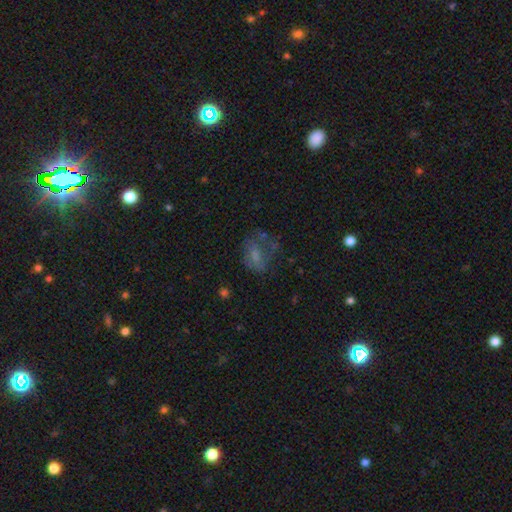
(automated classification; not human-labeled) Q: Smooth or featured?
A: smooth (49%); runner-up: featured or disk (37%)
Q: Merging?
A: none (41%); runner-up: major disturbance (30%)